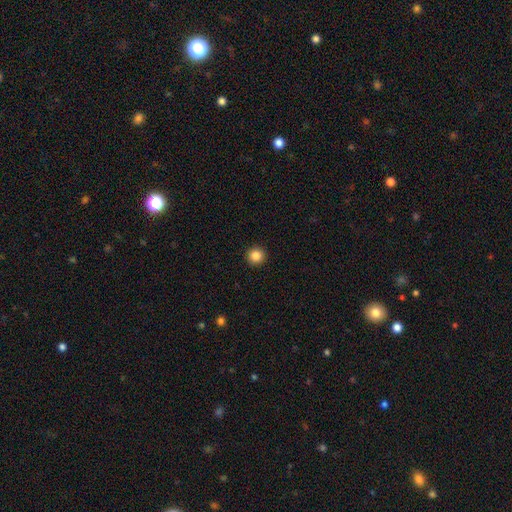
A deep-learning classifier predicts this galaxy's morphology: The model was most divided on "smooth or featured": smooth: 85%, star or artifact: 11%, featured or disk: 4%. More confident: how rounded — round (95%); merging — none (94%).